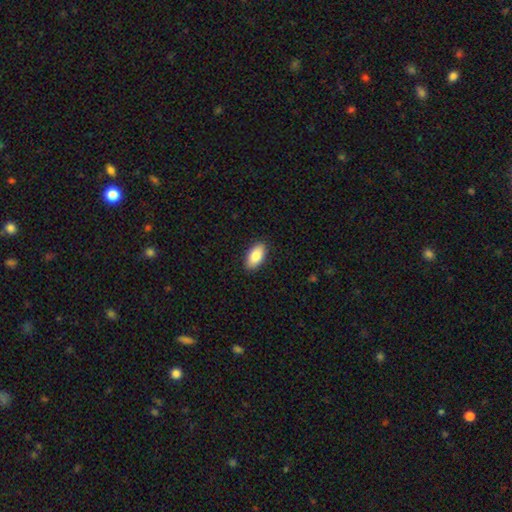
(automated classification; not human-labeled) This is clearly a smooth galaxy (85%). How rounded: clearly in between (93%). Merging: clearly none (89%).